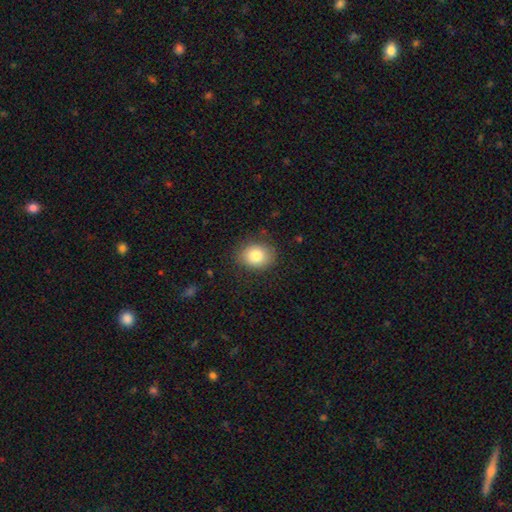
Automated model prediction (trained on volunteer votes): smooth 82%, featured or disk 9%, star or artifact 9%. Down the decision tree: how rounded — round (50%); merging — none (83%).